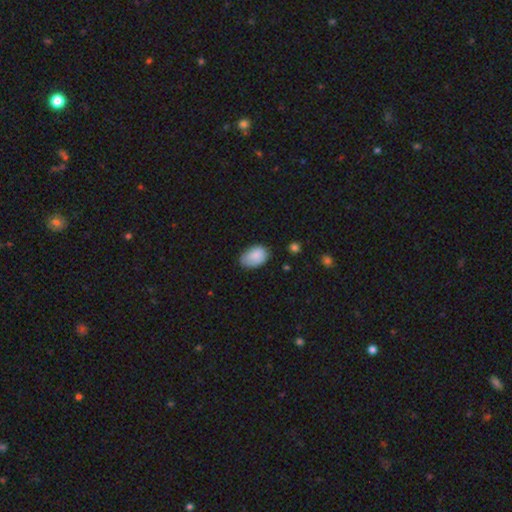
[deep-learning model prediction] Smooth or featured: smooth — 84% (featured or disk — 9%)
How rounded: in between — 88% (round — 11%)
Merging: none — 63% (minor disturbance — 30%)